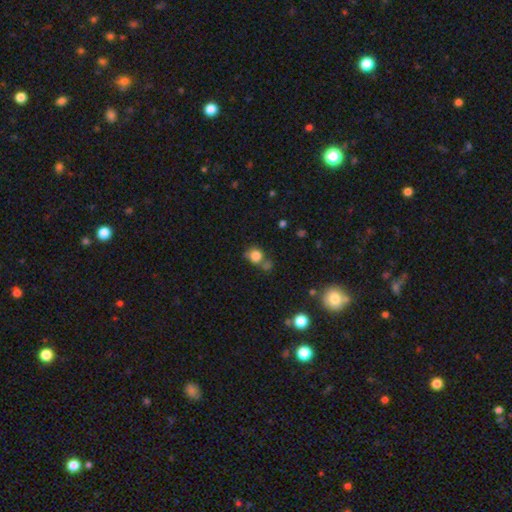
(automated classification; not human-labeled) Overall: smooth (81%). How rounded: round (76%). Merging: none (50%; merger 26%).